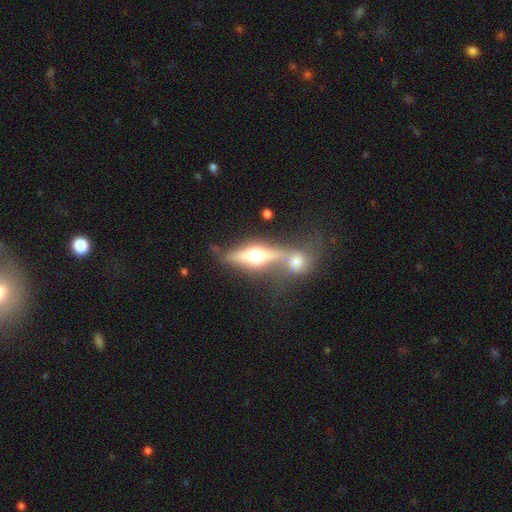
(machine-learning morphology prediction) A featured or disk galaxy (64%) viewed edge-on (85%) with a rounded central bulge (95%). Merging: merger (47%).